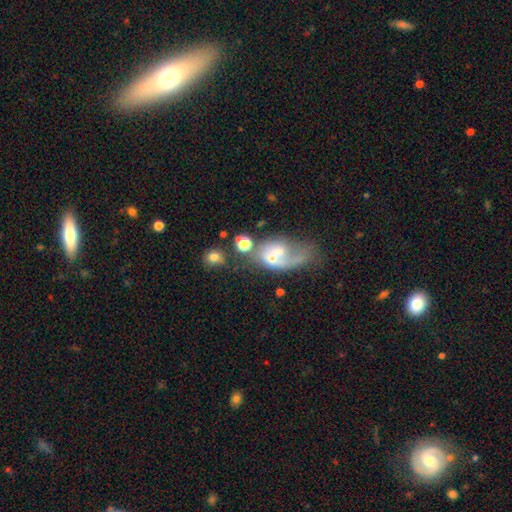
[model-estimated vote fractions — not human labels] Smooth or featured?
  - featured or disk: 52% *
  - smooth: 36%
  - star or artifact: 13%
Edge-on disk?
  - no: 95% *
  - yes: 5%
Merging?
  - merger: 37% *
  - major disturbance: 28%
  - none: 21%
  - minor disturbance: 14%